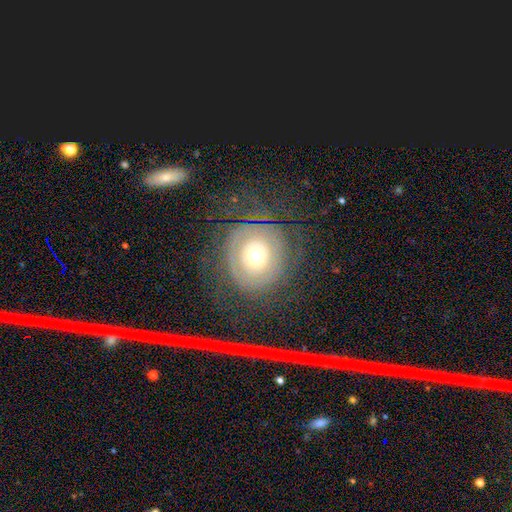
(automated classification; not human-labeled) This appears to be a featured or disk galaxy (52%). Merging: none (62%).